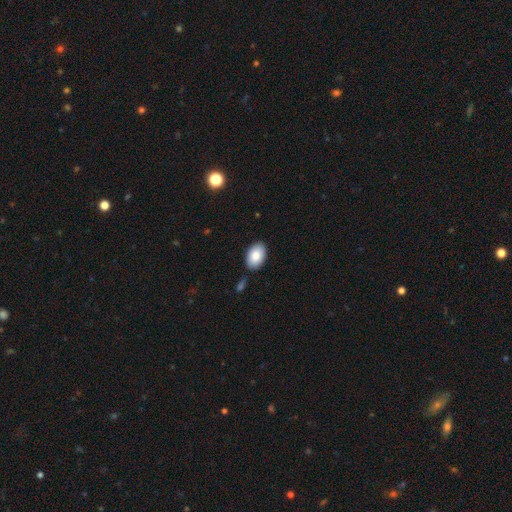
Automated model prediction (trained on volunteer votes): Smooth or featured? Predicted: smooth (p=0.85). How rounded? Predicted: in between (p=0.92). Merging? Predicted: none (p=0.83).